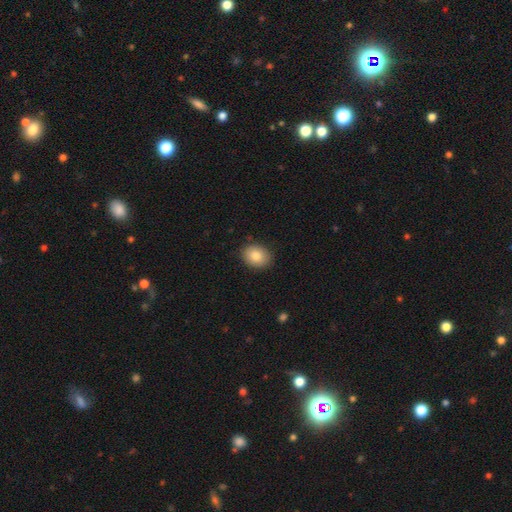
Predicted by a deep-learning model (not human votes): Overall: smooth (84%). How rounded: in between (56%; round 44%). Merging: none (88%).